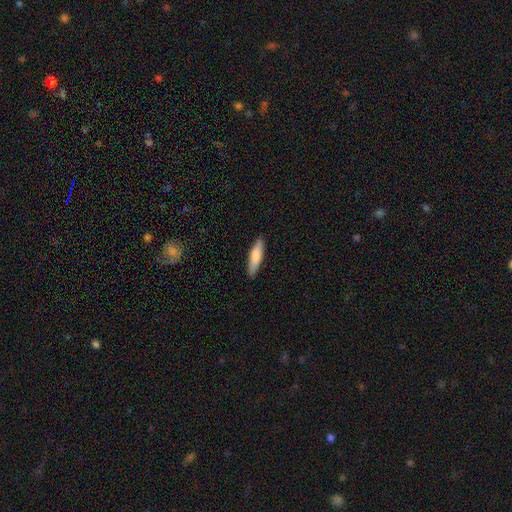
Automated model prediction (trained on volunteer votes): Q: Smooth or featured?
A: smooth (75%); runner-up: featured or disk (20%)
Q: How rounded?
A: cigar-shaped (72%); runner-up: in between (27%)
Q: Merging?
A: none (88%); runner-up: minor disturbance (9%)